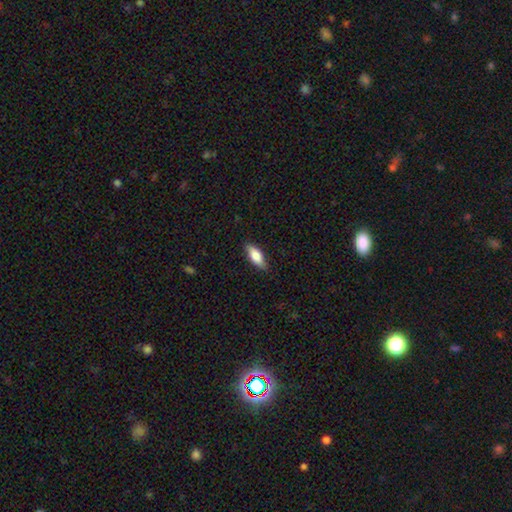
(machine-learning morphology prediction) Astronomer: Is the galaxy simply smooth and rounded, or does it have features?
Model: smooth — 77%.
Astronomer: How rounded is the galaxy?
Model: in between — 78%.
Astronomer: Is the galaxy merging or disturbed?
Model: none — 85%.